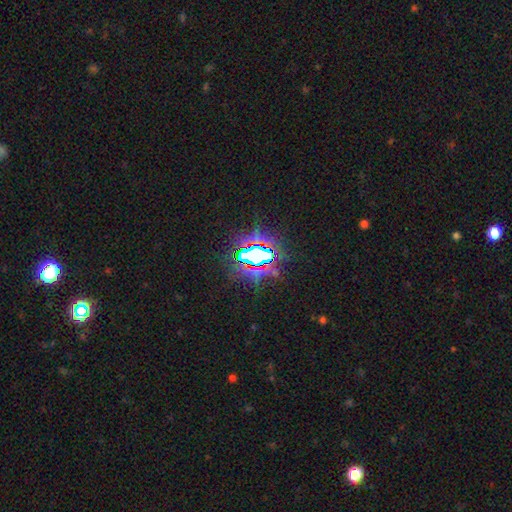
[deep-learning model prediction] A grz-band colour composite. It shows a star or artifact, not a galaxy (74%).